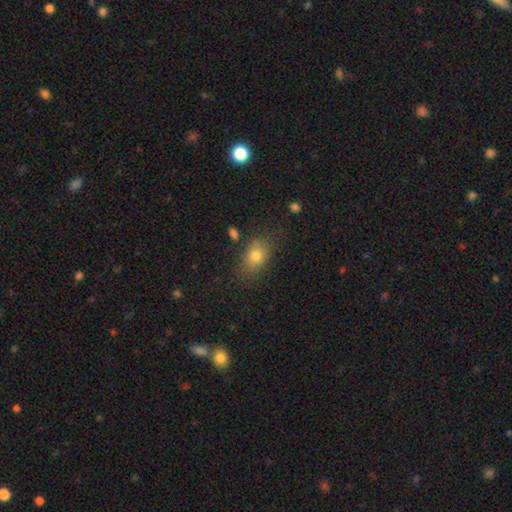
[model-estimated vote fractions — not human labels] Smooth or featured? smooth (76%)
How rounded? in between (78%)
Merging? none (78%)